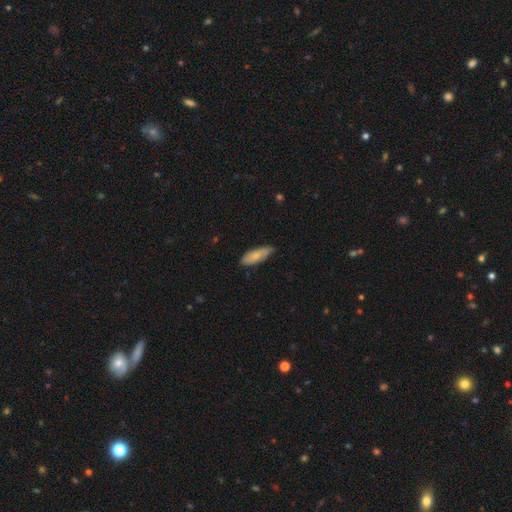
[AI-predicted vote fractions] Smooth or featured?
  - smooth: 75% *
  - featured or disk: 19%
  - star or artifact: 6%
How rounded?
  - in between: 65% *
  - cigar-shaped: 33%
  - round: 2%
Merging?
  - none: 72% *
  - minor disturbance: 24%
  - major disturbance: 3%
  - merger: 1%